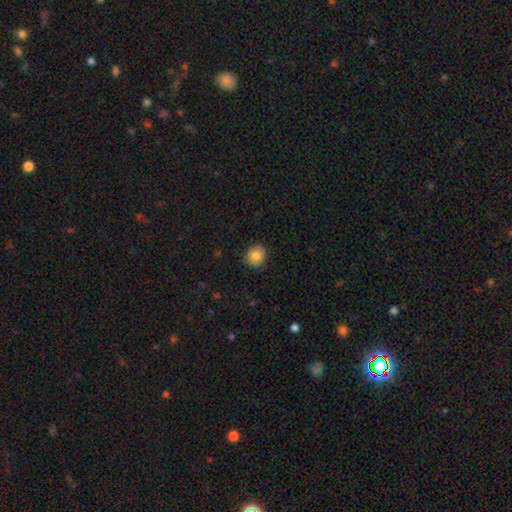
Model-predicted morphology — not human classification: This is clearly a smooth galaxy (83%). How rounded: clearly round (80%). Merging: clearly none (87%).